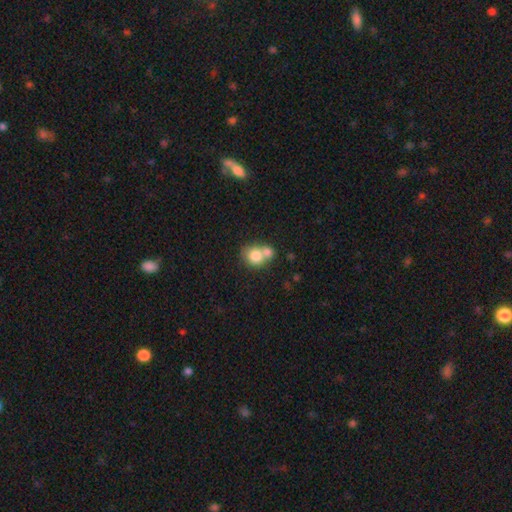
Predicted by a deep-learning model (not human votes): smooth-or-featured: smooth: 78% | featured or disk: 13% | star or artifact: 9%
  how-rounded: round: 73% | in between: 26% | cigar-shaped: 1%
  merging: merger: 56% | none: 33% | minor disturbance: 8% | major disturbance: 3%